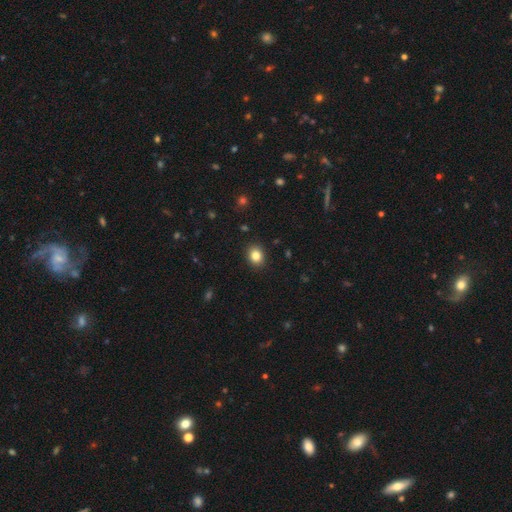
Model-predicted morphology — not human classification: Smooth or featured: smooth — 84% (star or artifact — 11%)
How rounded: round — 60% (in between — 39%)
Merging: none — 90% (minor disturbance — 7%)